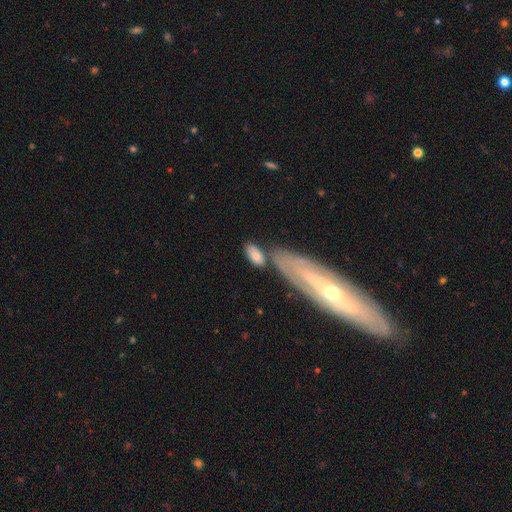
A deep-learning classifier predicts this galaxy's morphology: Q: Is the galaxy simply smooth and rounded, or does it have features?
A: smooth — 79%.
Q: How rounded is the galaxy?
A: in between — 90%.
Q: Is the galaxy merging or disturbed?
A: none — 57%.